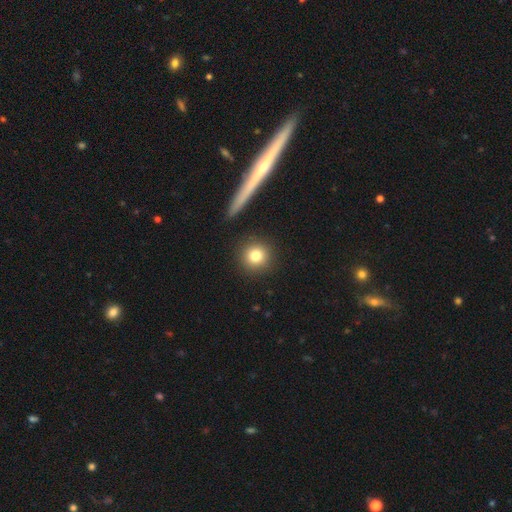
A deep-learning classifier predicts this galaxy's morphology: smooth_or_featured: smooth (p=0.81) [alt: star or artifact p=0.10]
how_rounded: round (p=0.93) [alt: in between p=0.05]
merging: none (p=0.90) [alt: minor disturbance p=0.06]